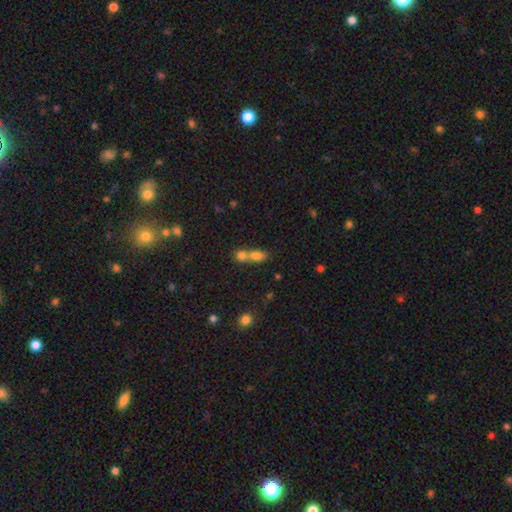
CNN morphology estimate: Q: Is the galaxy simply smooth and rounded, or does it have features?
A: smooth — 75%.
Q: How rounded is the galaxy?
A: in between — 64%.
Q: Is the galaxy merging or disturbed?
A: merger — 70%.